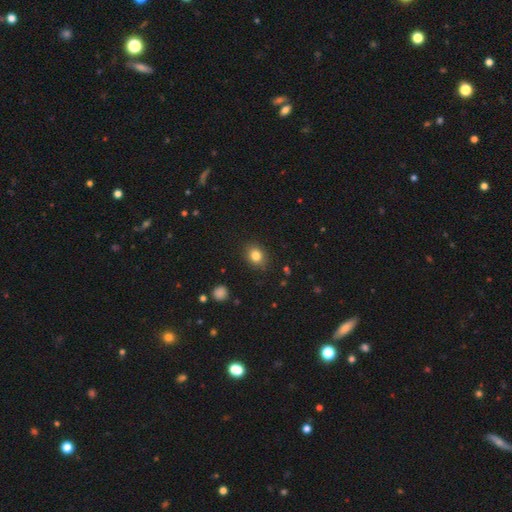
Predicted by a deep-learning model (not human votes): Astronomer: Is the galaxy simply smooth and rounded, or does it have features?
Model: smooth — 82%.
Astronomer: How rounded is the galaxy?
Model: round — 52% (runner-up: in between, 46%).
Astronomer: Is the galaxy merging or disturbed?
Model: none — 86%.